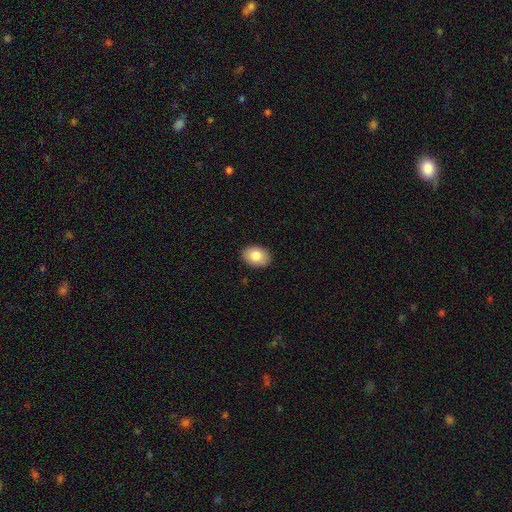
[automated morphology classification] Smooth or featured? smooth (83%)
How rounded? in between (79%)
Merging? none (90%)